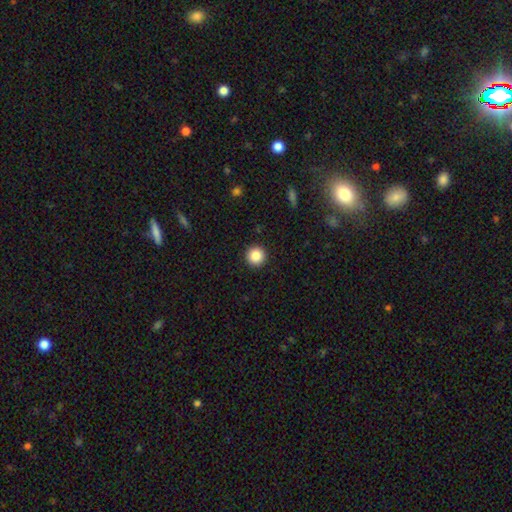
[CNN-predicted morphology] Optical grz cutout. It shows a smooth galaxy with no disk features (86%) that is round (96%). Merging: none (93%).